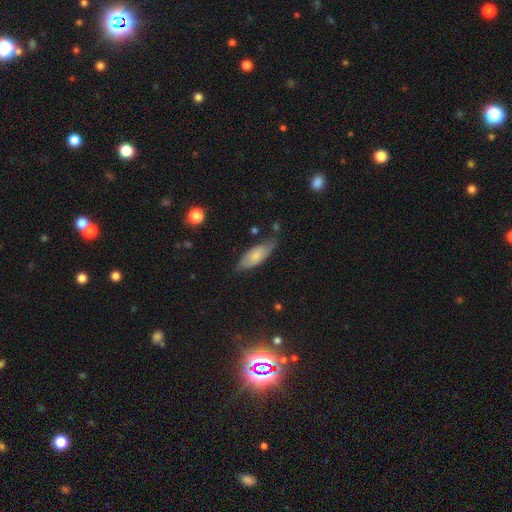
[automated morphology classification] smooth-or-featured: smooth: 70% | featured or disk: 23% | star or artifact: 6%
  how-rounded: in between: 76% | cigar-shaped: 22% | round: 2%
  merging: none: 60% | minor disturbance: 32% | major disturbance: 6% | merger: 3%